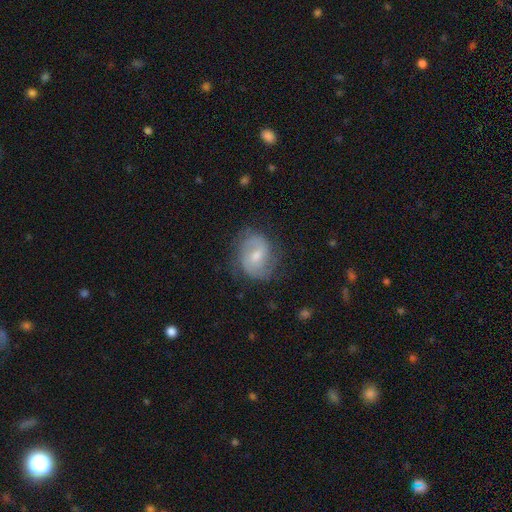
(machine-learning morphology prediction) Smooth or featured: featured or disk — 65% (smooth — 28%)
Edge-on disk: no — 97% (yes — 3%)
Bar: weak — 50% (no — 38%)
Spiral arms: yes — 87% (no — 13%)
Spiral winding: medium — 45% (tight — 33%)
Spiral arm count: 2 — 76% (can't tell — 15%)
Bulge size: moderate — 54% (small — 39%)
Merging: none — 69% (minor disturbance — 21%)